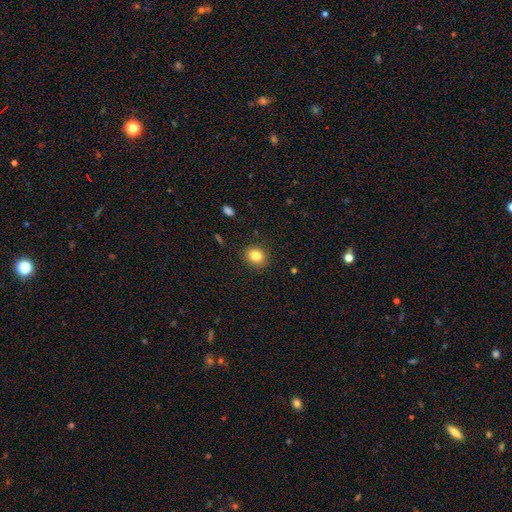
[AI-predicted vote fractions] This appears to be a smooth galaxy with no disk features (84%) that is round (59%). Merging: none (88%).